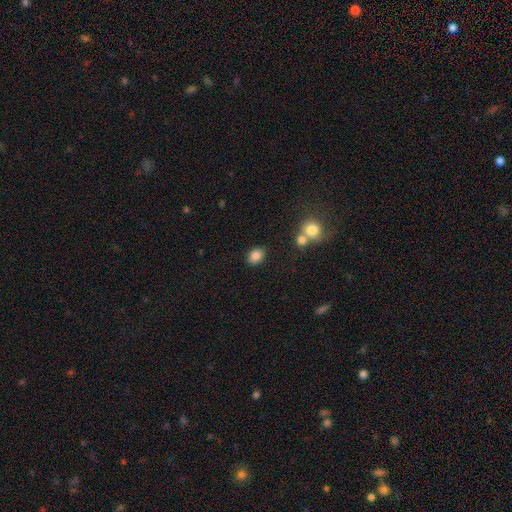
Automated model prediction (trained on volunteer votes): This appears to be a smooth galaxy with no disk features (85%) that is in between round and cigar-shaped (63%). Merging: none (82%).